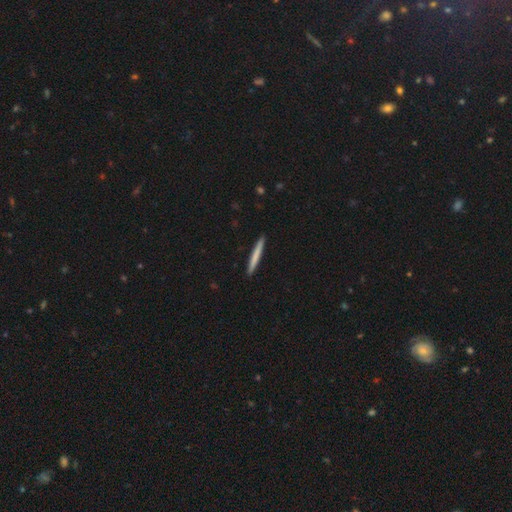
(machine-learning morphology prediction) smooth-or-featured: smooth: 70% | featured or disk: 25% | star or artifact: 5%
  how-rounded: cigar-shaped: 97% | in between: 2% | round: 1%
  merging: none: 93% | minor disturbance: 5% | major disturbance: 1% | merger: 1%